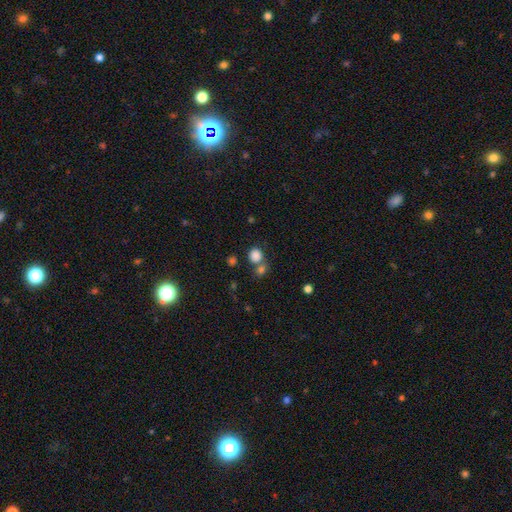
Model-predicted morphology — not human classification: Smooth or featured? smooth (83%)
How rounded? round (83%)
Merging? none (59%)